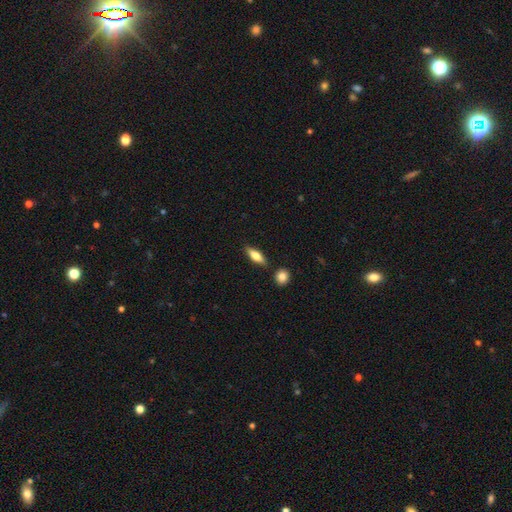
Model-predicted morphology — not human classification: Smooth or featured?
  - smooth: 64% *
  - featured or disk: 30%
  - star or artifact: 6%
How rounded?
  - in between: 54% *
  - cigar-shaped: 42%
  - round: 3%
Merging?
  - none: 83% *
  - minor disturbance: 9%
  - merger: 5%
  - major disturbance: 2%